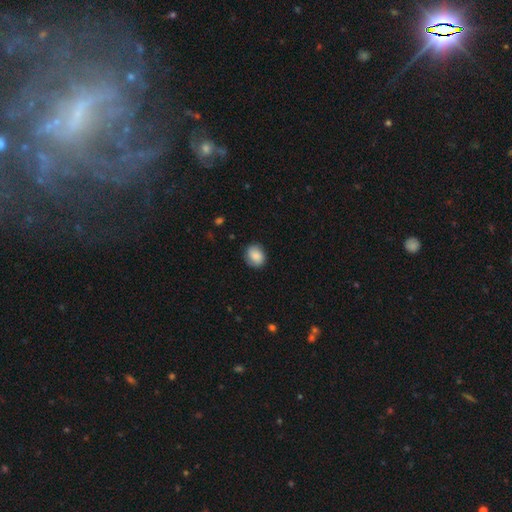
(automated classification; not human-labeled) Overall: smooth (85%). How rounded: round (54%; in between 45%). Merging: none (82%).